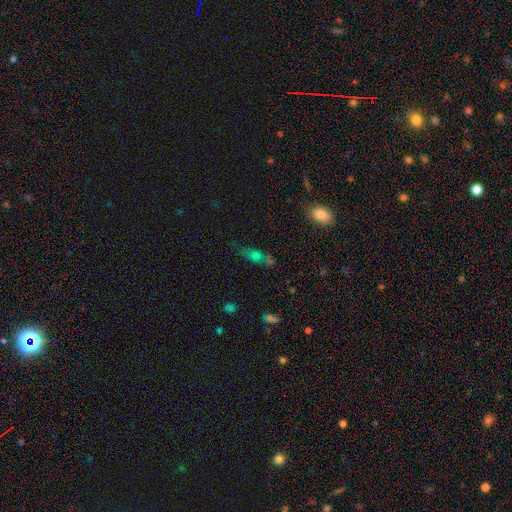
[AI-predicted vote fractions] Morphology: type=smooth (56%); roundness=in between (57%); merging=none (50%).